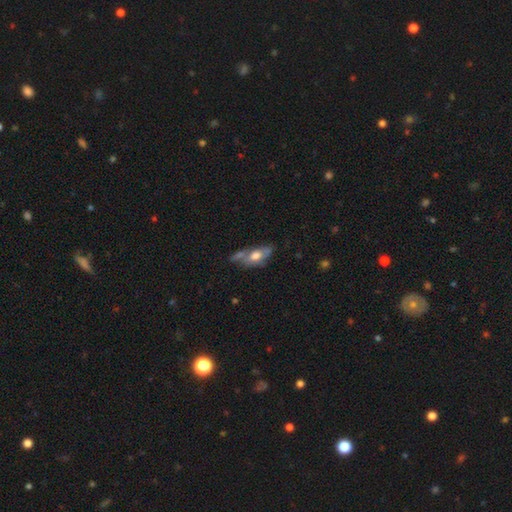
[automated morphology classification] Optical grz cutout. It shows a smooth galaxy with no disk features (48%). Merging: none (45%).